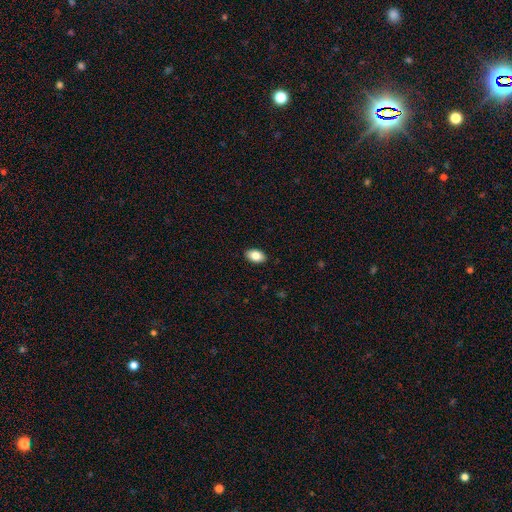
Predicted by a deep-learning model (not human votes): This is clearly a smooth galaxy (84%). How rounded: clearly in between (91%). Merging: clearly none (89%).